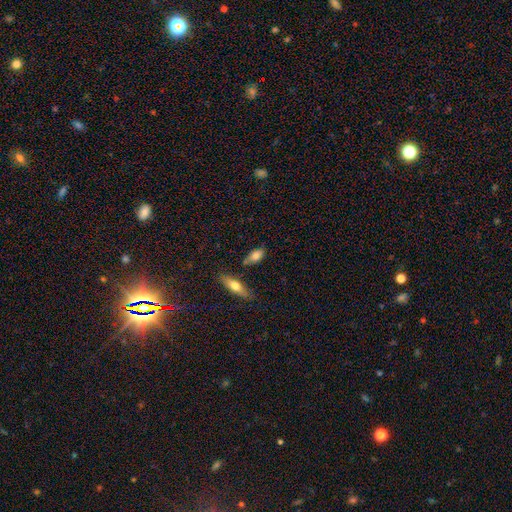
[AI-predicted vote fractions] Smooth or featured?
  - smooth: 77% *
  - featured or disk: 15%
  - star or artifact: 8%
How rounded?
  - in between: 82% *
  - cigar-shaped: 13%
  - round: 5%
Merging?
  - none: 66% *
  - minor disturbance: 19%
  - merger: 11%
  - major disturbance: 5%